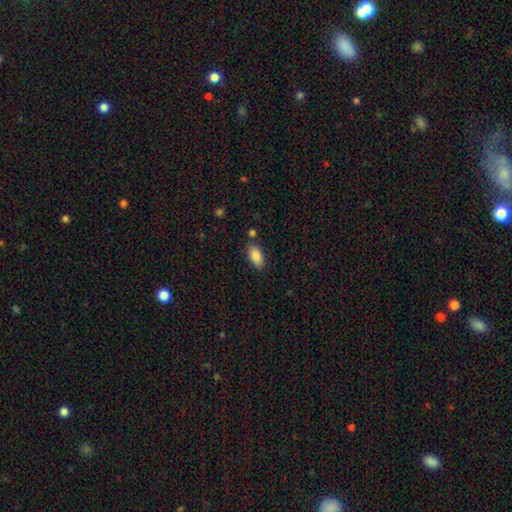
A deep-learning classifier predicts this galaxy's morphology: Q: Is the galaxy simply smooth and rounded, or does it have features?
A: smooth — 86%.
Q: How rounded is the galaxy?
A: in between — 93%.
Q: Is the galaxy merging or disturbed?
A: none — 82%.